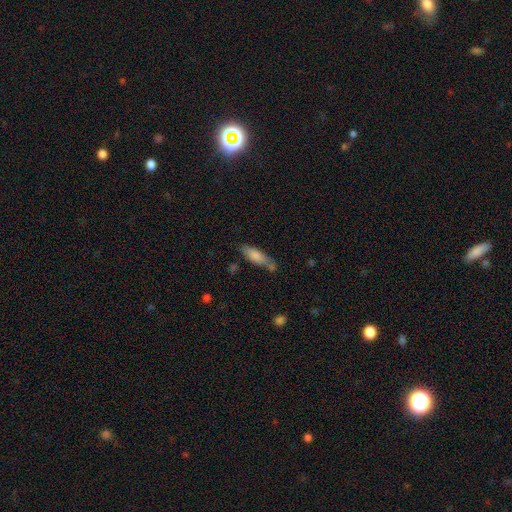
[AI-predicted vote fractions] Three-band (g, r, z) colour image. It shows a smooth galaxy with no disk features (77%) that is in between round and cigar-shaped (50%). Merging: none (54%).